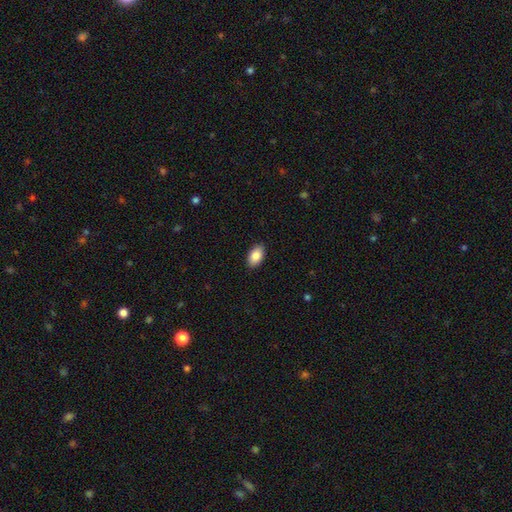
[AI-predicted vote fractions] Smooth or featured? Predicted: smooth (p=0.88). How rounded? Predicted: in between (p=0.94). Merging? Predicted: none (p=0.89).